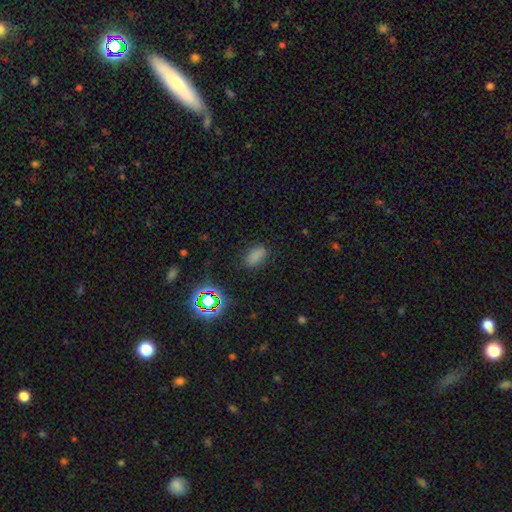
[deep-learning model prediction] The model was most divided on "smooth or featured": smooth: 74%, star or artifact: 20%, featured or disk: 6%. More confident: how rounded — in between (87%); merging — none (79%).